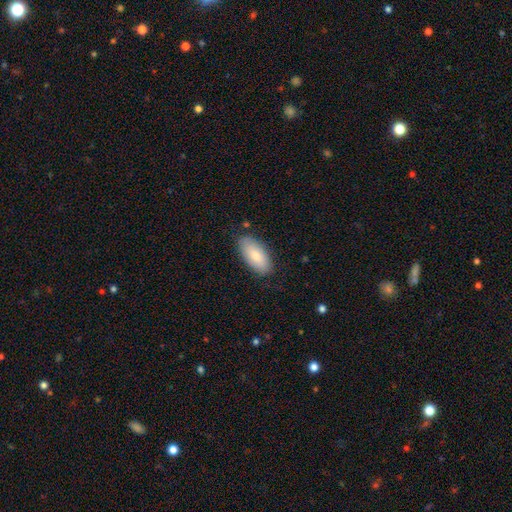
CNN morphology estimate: Smooth or featured? Predicted: smooth (p=0.81). How rounded? Predicted: in between (p=0.91). Merging? Predicted: none (p=0.83).